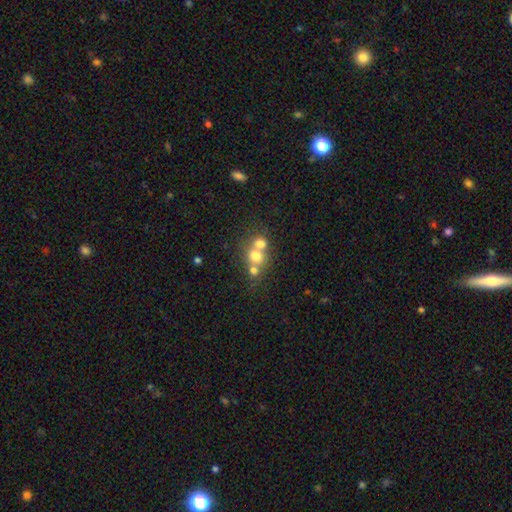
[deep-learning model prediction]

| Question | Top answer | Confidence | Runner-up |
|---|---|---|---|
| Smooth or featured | smooth | 68% | featured or disk (18%) |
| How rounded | round | 79% | in between (20%) |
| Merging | merger | 62% | none (30%) |